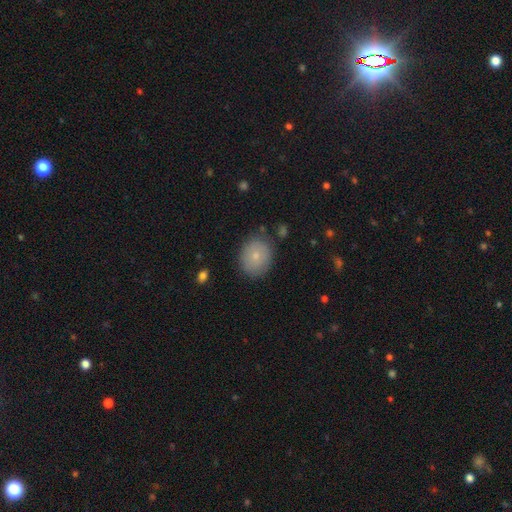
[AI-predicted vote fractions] This is likely a smooth galaxy (76%). How rounded: likely round (66%). Merging: clearly none (83%).